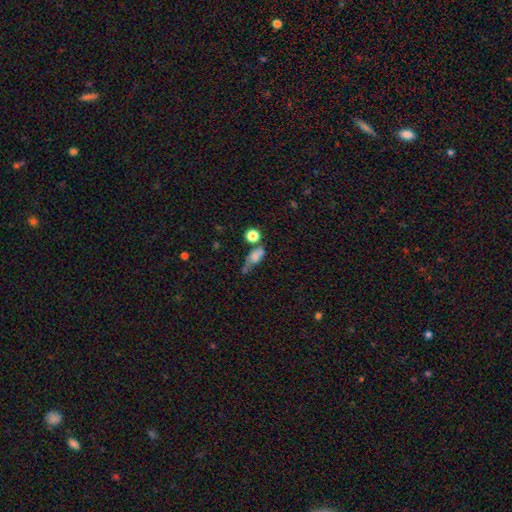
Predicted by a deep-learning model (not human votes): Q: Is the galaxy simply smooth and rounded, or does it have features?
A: smooth — 66%.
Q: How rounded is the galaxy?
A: in between — 59%.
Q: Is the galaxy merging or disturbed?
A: none — 29%.